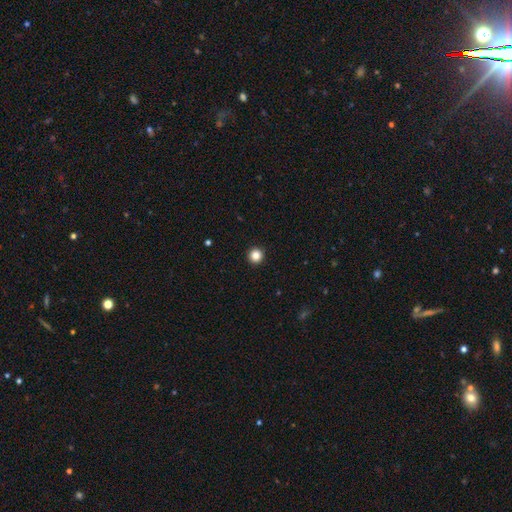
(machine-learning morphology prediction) This is clearly a smooth galaxy (85%). How rounded: clearly round (96%). Merging: clearly none (94%).